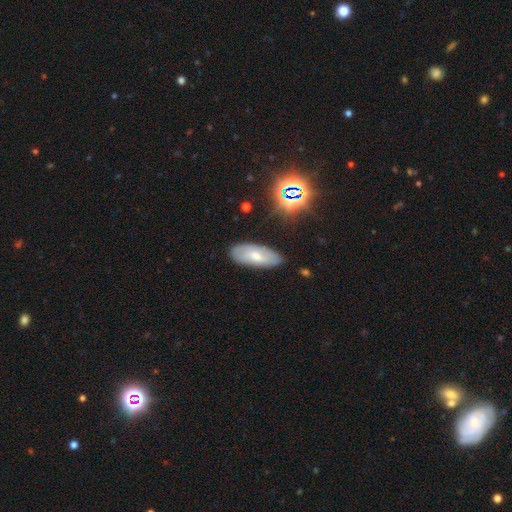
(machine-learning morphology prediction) Smooth or featured: smooth — 57% (featured or disk — 34%)
How rounded: in between — 85% (cigar-shaped — 13%)
Merging: none — 78% (minor disturbance — 17%)